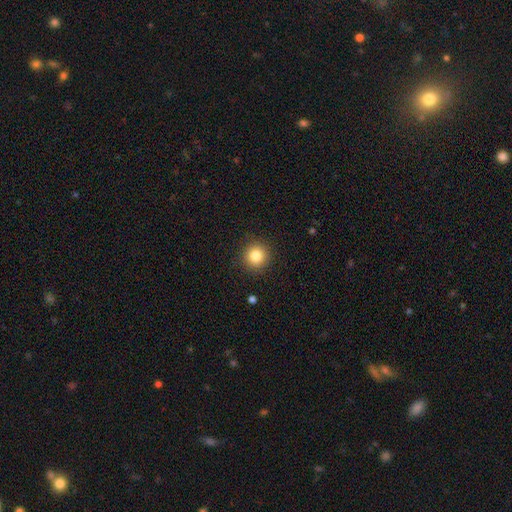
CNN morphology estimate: Smooth or featured? smooth (83%)
How rounded? round (93%)
Merging? none (91%)